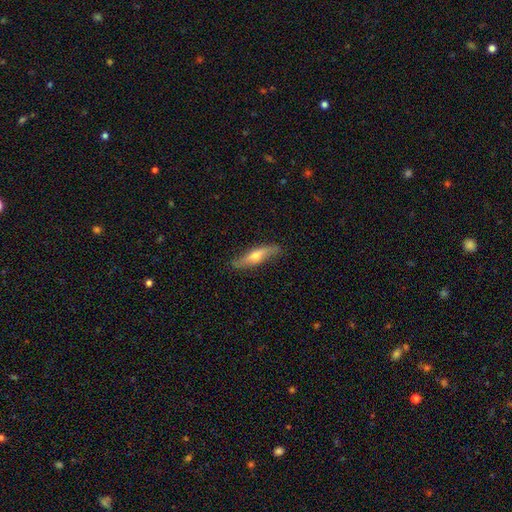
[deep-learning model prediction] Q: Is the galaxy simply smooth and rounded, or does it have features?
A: featured or disk — 53%.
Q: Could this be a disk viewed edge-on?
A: yes — 71%.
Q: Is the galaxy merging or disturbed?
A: none — 81%.